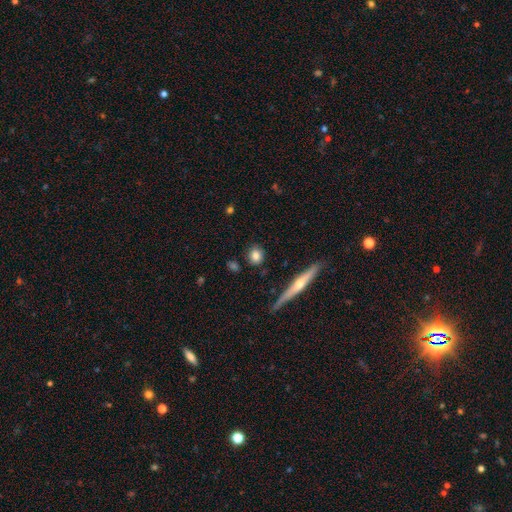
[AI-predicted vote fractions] smooth 78%, featured or disk 14%, star or artifact 8%. Down the decision tree: how rounded — round (69%); merging — none (86%).